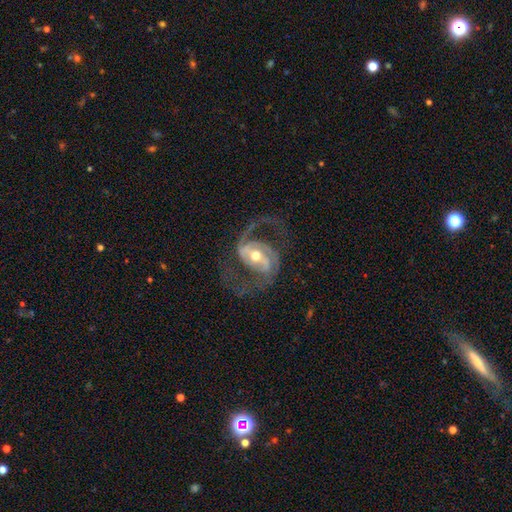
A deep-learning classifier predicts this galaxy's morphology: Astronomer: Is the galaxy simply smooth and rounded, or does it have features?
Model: featured or disk — 92%.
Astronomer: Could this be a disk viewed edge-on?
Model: no — 97%.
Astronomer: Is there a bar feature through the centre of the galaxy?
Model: strong — 38% (runner-up: weak, 37%).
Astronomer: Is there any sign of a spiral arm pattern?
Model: yes — 97%.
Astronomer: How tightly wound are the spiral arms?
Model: medium — 54% (runner-up: loose, 34%).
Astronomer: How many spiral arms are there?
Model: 2 — 92%.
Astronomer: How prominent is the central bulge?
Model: moderate — 68%.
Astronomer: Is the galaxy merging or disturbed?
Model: none — 69%.